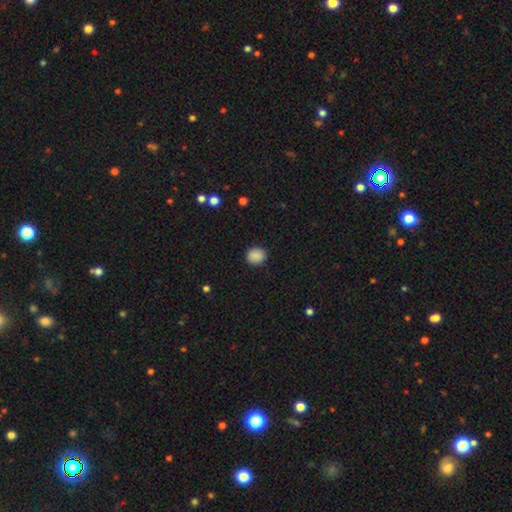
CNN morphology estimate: This is clearly a smooth galaxy (89%). How rounded: likely round (73%). Merging: clearly none (89%).